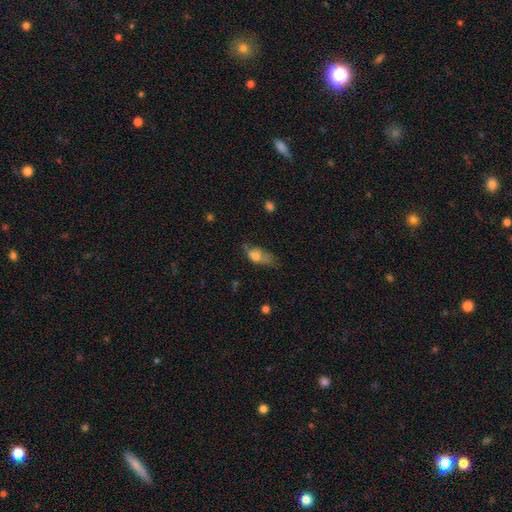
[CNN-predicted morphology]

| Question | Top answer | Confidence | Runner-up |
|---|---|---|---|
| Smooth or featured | smooth | 71% | featured or disk (19%) |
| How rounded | in between | 79% | round (11%) |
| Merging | minor disturbance | 33% | major disturbance (32%) |